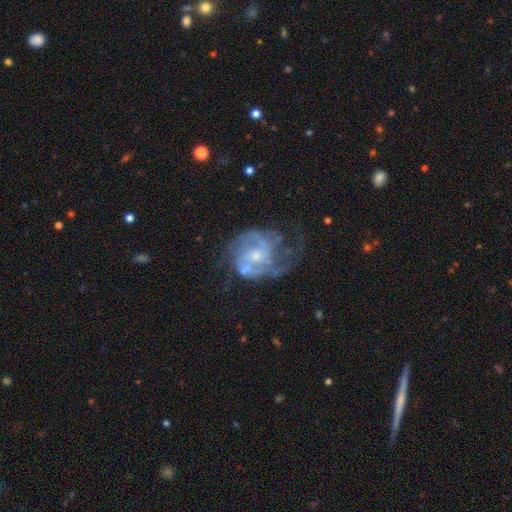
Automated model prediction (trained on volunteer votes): This appears to be a featured or disk galaxy (85%) with no bar (58%), 2 (62%) medium (48%) spiral arms (91%) and a small central bulge (52%). Merging: none (47%).